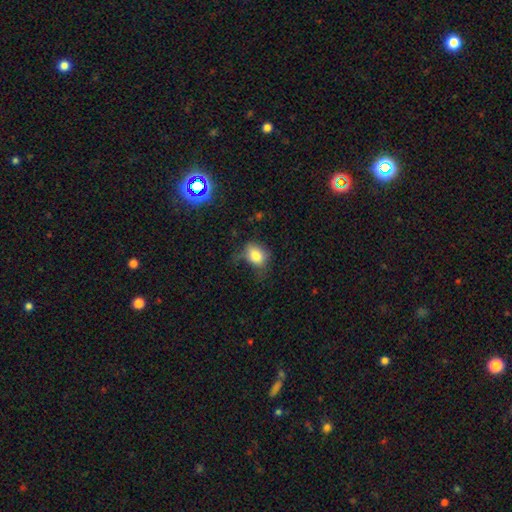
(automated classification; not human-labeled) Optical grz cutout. It shows a smooth galaxy with no disk features (80%) that is in between round and cigar-shaped (62%). Merging: none (49%).